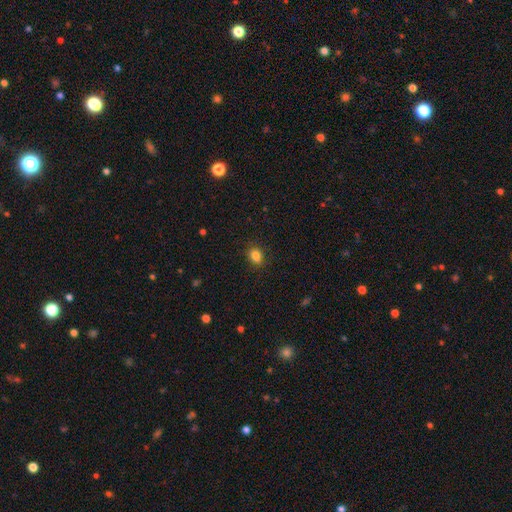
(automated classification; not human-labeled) Smooth or featured? Predicted: smooth (p=0.84). How rounded? Predicted: in between (p=0.52). Merging? Predicted: none (p=0.84).